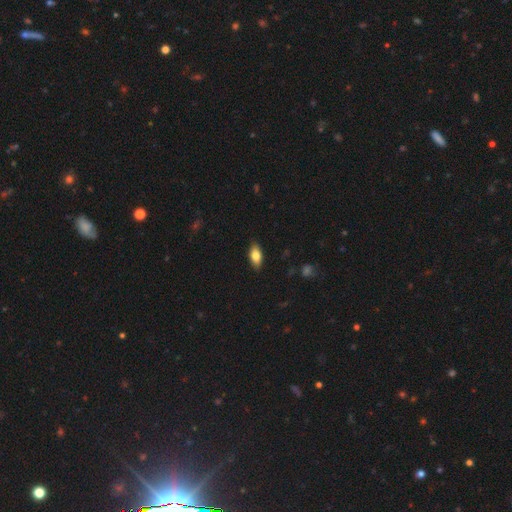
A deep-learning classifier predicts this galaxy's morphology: Smooth or featured: smooth — 78% (featured or disk — 16%)
How rounded: in between — 88% (cigar-shaped — 8%)
Merging: none — 87% (minor disturbance — 10%)